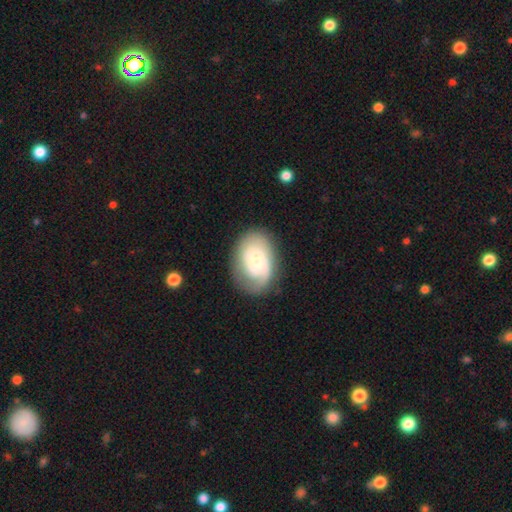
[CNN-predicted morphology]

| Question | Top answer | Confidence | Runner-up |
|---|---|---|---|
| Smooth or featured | featured or disk | 61% | smooth (32%) |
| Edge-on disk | no | 96% | yes (4%) |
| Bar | no | 65% | weak (30%) |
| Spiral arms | yes | 82% | no (18%) |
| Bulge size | small | 59% | moderate (33%) |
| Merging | none | 69% | minor disturbance (19%) |